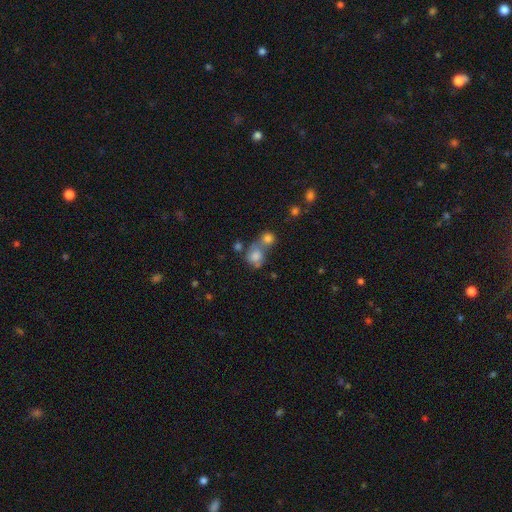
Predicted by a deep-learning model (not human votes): Smooth or featured? smooth (72%)
How rounded? round (71%)
Merging? merger (51%)